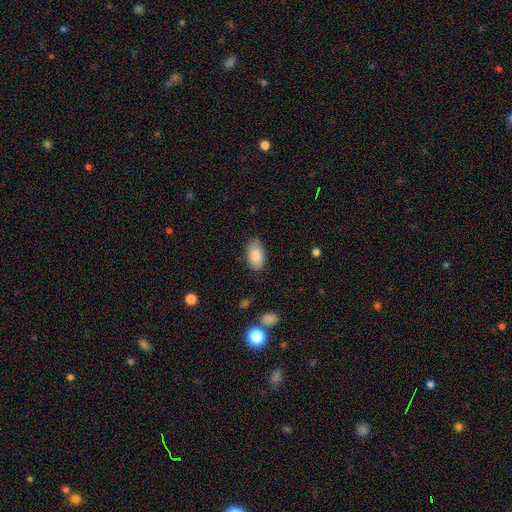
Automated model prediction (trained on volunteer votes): A smooth galaxy with no disk features (87%) that is in between round and cigar-shaped (94%). Merging: none (80%).